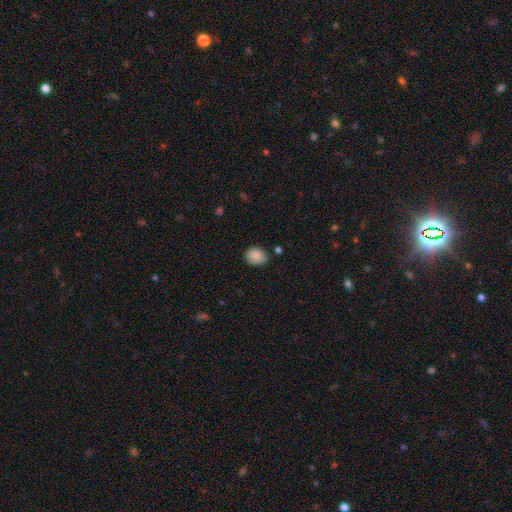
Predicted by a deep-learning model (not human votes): smooth 87%, star or artifact 8%, featured or disk 5%. Down the decision tree: how rounded — round (50%); merging — none (69%).